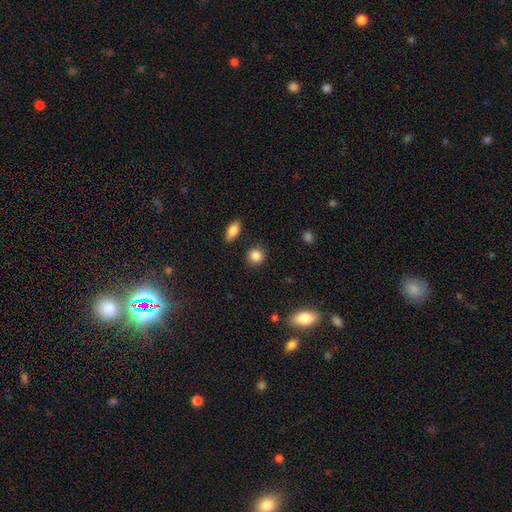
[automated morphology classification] type=smooth (87%); roundness=round (84%); merging=none (88%).